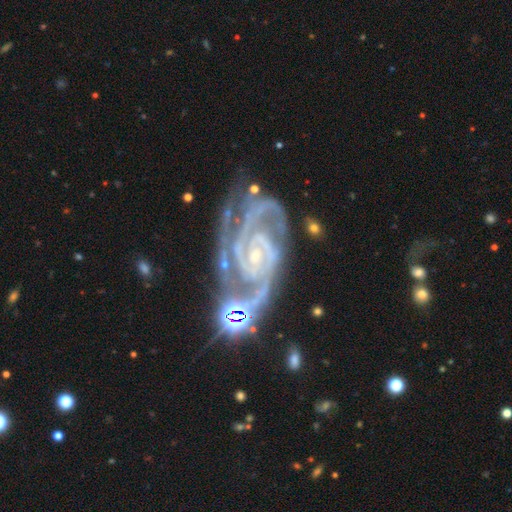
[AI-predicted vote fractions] Smooth or featured? featured or disk (93%)
Edge-on disk? no (98%)
Bar? no (50%)
Spiral arms? yes (99%)
Spiral winding? tight (64%)
Spiral arm count? 2 (58%)
Bulge size? small (80%)
Merging? none (54%)